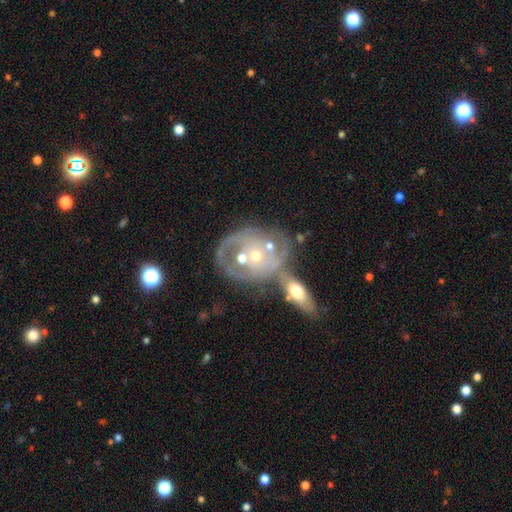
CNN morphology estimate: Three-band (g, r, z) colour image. It shows a featured or disk galaxy (79%) with no bar (79%), tight (56%) spiral arms (73%) and a small central bulge (51%). Merging: merger (47%).